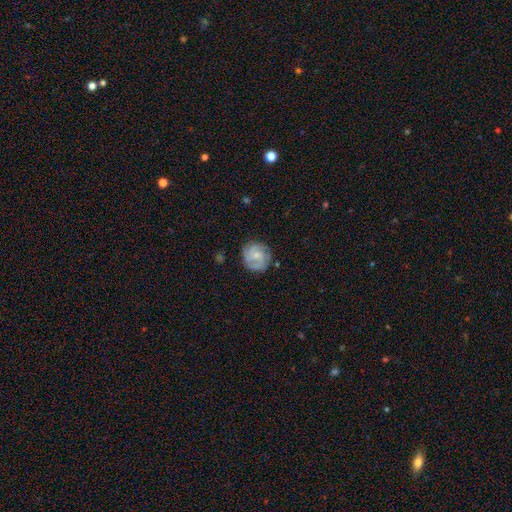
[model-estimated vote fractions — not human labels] A featured or disk galaxy (65%) with no bar (65%), 3 (34%) tight (48%) spiral arms (90%) and a small central bulge (55%).

Vote fractions:
- Smooth or featured? featured or disk: 65% / smooth: 28% / star or artifact: 7%
- Edge-on disk? no: 98% / yes: 2%
- Bar? no: 65% / weak: 31% / strong: 4%
- Spiral arms? yes: 90% / no: 10%
- Spiral winding? tight: 48% / medium: 40% / loose: 12%
- Spiral arm count? 3: 34% / 2: 25% / can't tell: 24% / 4: 8% / 1: 5% / more than 4: 4%
- Bulge size? small: 55% / moderate: 29% / none: 13% / large: 2% / dominant: 1%
- Merging? none: 74% / minor disturbance: 18% / major disturbance: 6% / merger: 2%